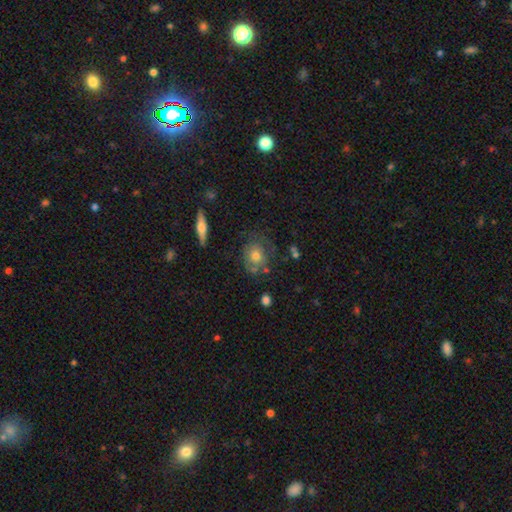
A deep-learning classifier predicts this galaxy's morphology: Smooth or featured?
  - smooth: 56% *
  - featured or disk: 35%
  - star or artifact: 10%
How rounded?
  - round: 58% *
  - in between: 40%
  - cigar-shaped: 2%
Merging?
  - none: 59% *
  - minor disturbance: 23%
  - major disturbance: 12%
  - merger: 5%